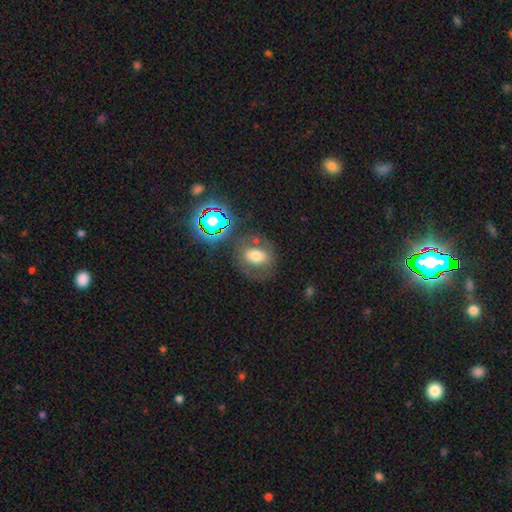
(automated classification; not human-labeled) Q: Smooth or featured?
A: smooth (54%); runner-up: featured or disk (31%)
Q: How rounded?
A: in between (58%); runner-up: round (40%)
Q: Merging?
A: none (68%); runner-up: minor disturbance (15%)